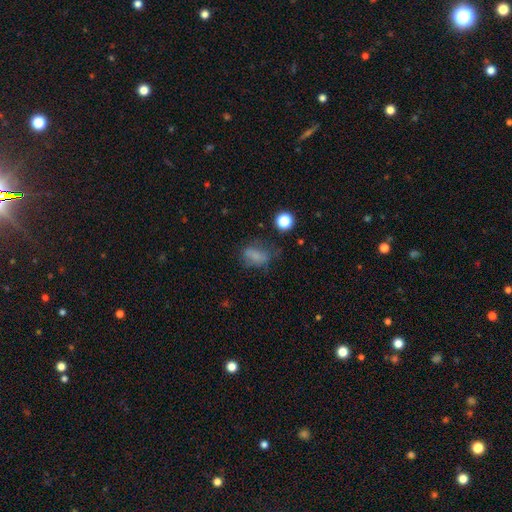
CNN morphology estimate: Smooth or featured? smooth (68%)
How rounded? in between (75%)
Merging? none (48%)